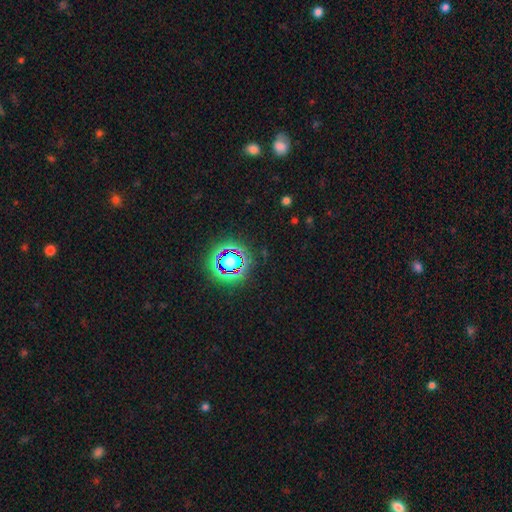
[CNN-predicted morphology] Smooth or featured: star or artifact — 79% (smooth — 13%)